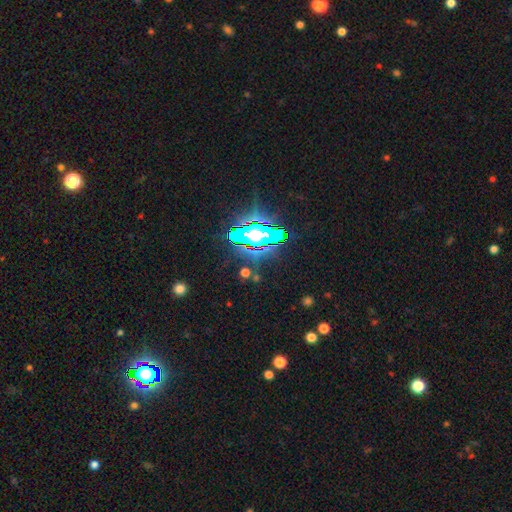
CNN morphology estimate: Smooth or featured? star or artifact (73%)